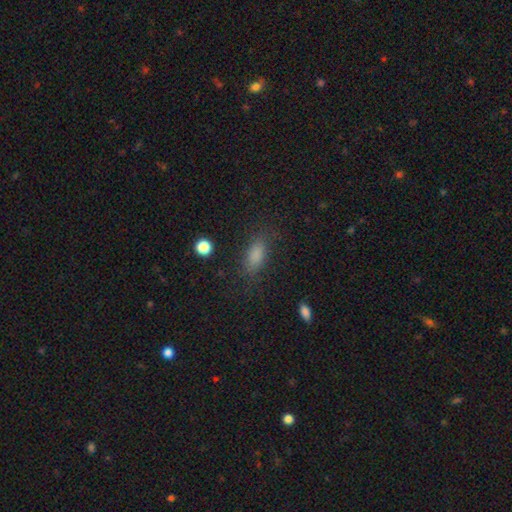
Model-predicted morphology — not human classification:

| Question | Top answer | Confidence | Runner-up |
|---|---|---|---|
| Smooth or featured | smooth | 80% | star or artifact (12%) |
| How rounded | in between | 77% | cigar-shaped (17%) |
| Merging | none | 79% | minor disturbance (14%) |